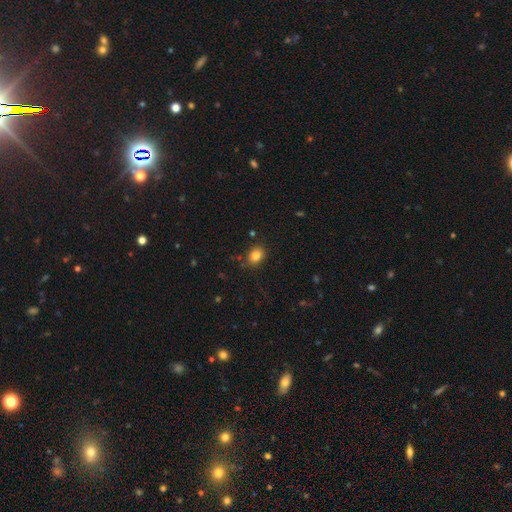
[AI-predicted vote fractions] This appears to be a smooth galaxy with no disk features (83%) that is round (50%). Merging: none (85%).